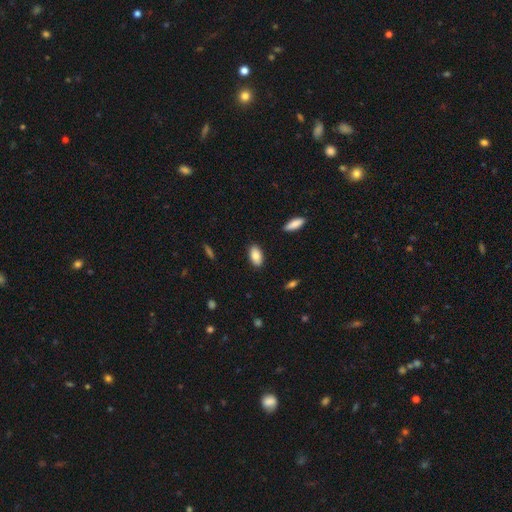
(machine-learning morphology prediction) Smooth or featured: smooth — 87% (star or artifact — 7%)
How rounded: in between — 93% (cigar-shaped — 4%)
Merging: none — 87% (minor disturbance — 9%)